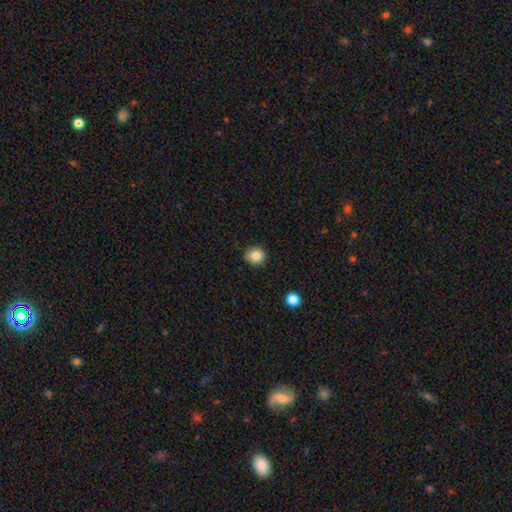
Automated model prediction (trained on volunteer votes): This is clearly a smooth galaxy (84%). How rounded: clearly round (87%). Merging: clearly none (87%).